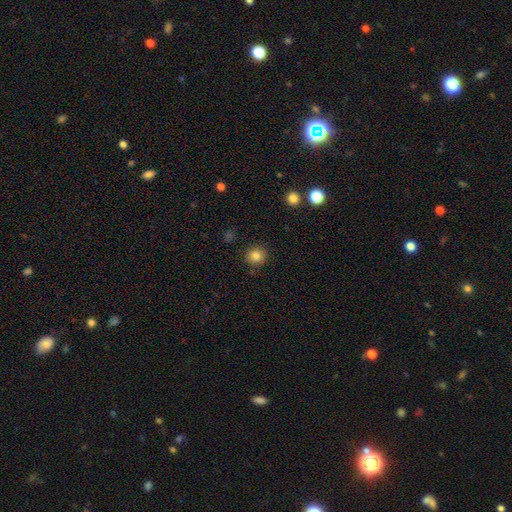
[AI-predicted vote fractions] Smooth or featured? smooth (83%)
How rounded? round (90%)
Merging? none (89%)